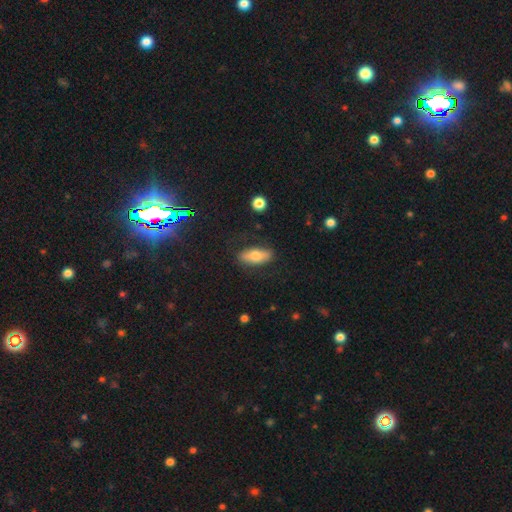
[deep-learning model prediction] smooth 68%, featured or disk 24%, star or artifact 7%. Down the decision tree: how rounded — in between (77%); merging — none (82%).